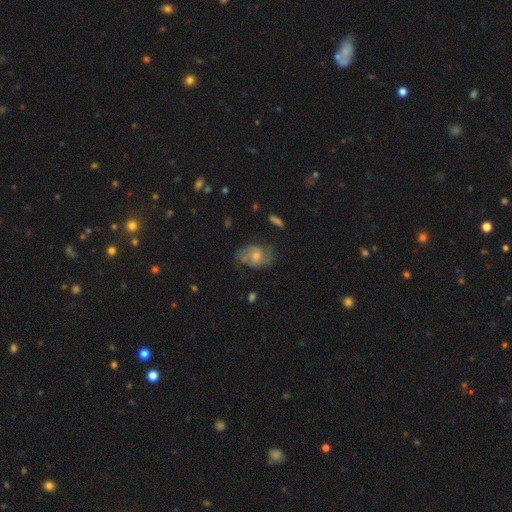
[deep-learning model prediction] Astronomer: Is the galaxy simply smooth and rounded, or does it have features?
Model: featured or disk — 71%.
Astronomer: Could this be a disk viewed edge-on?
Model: no — 97%.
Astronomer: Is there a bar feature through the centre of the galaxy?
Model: no — 67%.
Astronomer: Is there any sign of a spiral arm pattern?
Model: yes — 90%.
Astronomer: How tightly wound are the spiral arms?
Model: medium — 46% (runner-up: tight, 32%).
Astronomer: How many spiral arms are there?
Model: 2 — 69%.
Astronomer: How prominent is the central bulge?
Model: moderate — 49% (runner-up: small, 45%).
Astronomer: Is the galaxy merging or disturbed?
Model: none — 70%.